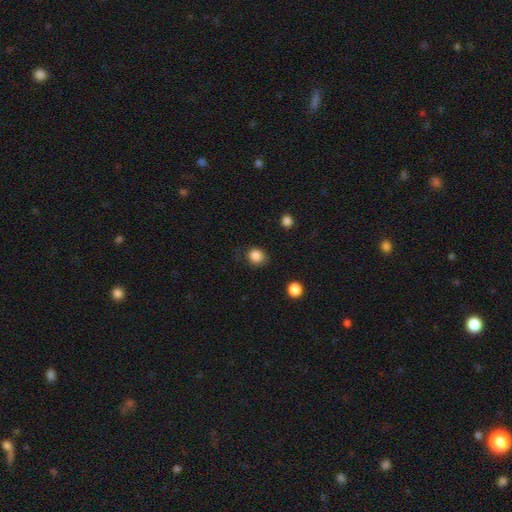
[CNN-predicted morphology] Smooth or featured: smooth — 85% (star or artifact — 11%)
How rounded: round — 76% (in between — 24%)
Merging: none — 75% (minor disturbance — 18%)